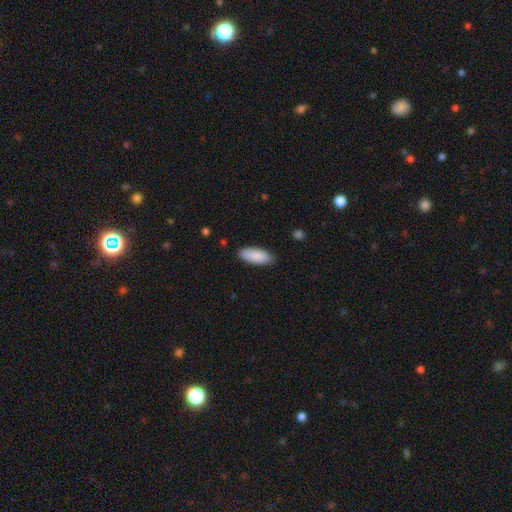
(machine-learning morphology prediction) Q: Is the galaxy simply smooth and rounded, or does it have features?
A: smooth — 89%.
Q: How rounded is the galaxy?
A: in between — 80%.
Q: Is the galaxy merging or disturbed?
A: none — 88%.